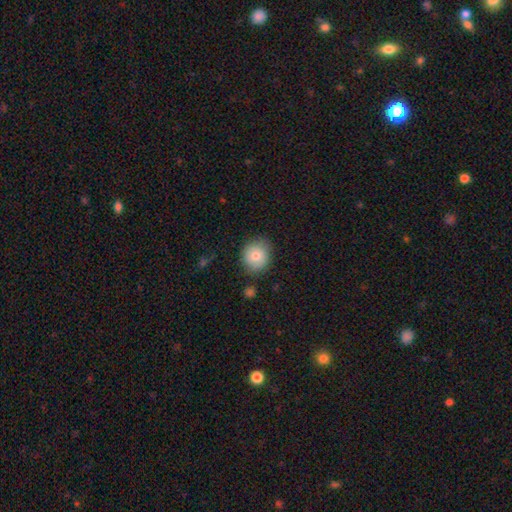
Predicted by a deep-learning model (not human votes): Smooth or featured? Predicted: smooth (p=0.77). How rounded? Predicted: round (p=0.82). Merging? Predicted: none (p=0.79).